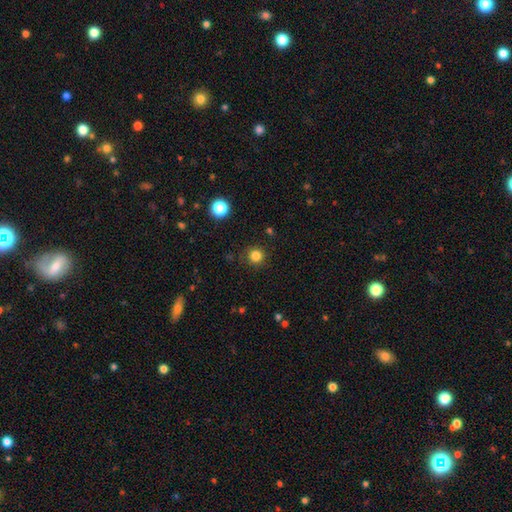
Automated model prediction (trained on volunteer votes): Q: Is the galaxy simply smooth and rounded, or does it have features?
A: smooth — 83%.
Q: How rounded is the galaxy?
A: round — 94%.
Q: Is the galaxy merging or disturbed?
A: none — 87%.